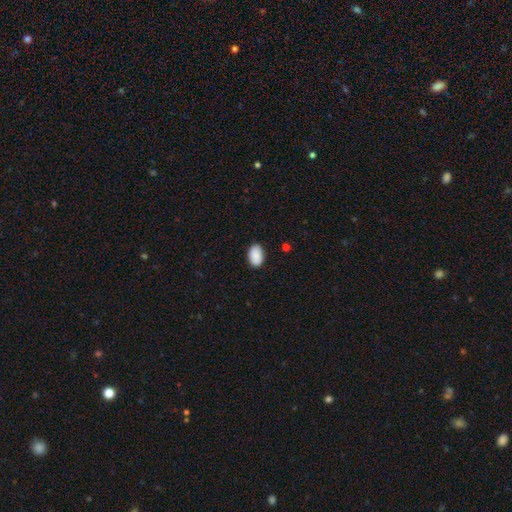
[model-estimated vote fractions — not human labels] Overall: smooth (90%). How rounded: in between (89%). Merging: none (86%).